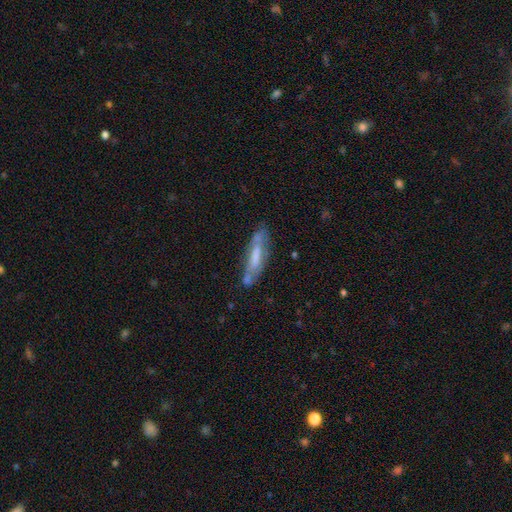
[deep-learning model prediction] Smooth or featured?
  - featured or disk: 49% *
  - smooth: 43%
  - star or artifact: 7%
Merging?
  - none: 63% *
  - minor disturbance: 23%
  - major disturbance: 8%
  - merger: 6%